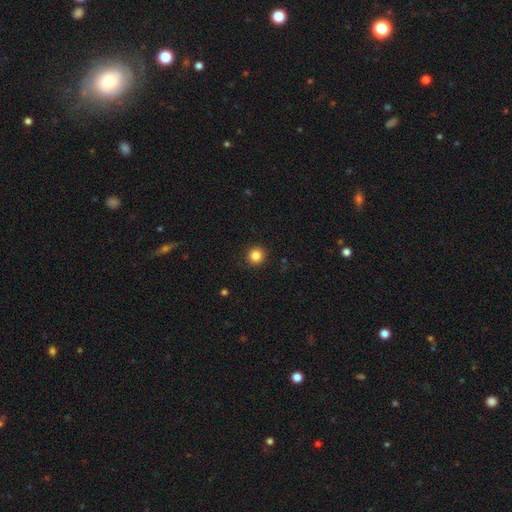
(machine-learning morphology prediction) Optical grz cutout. It shows a smooth galaxy with no disk features (85%) that is round (95%). Merging: none (92%).